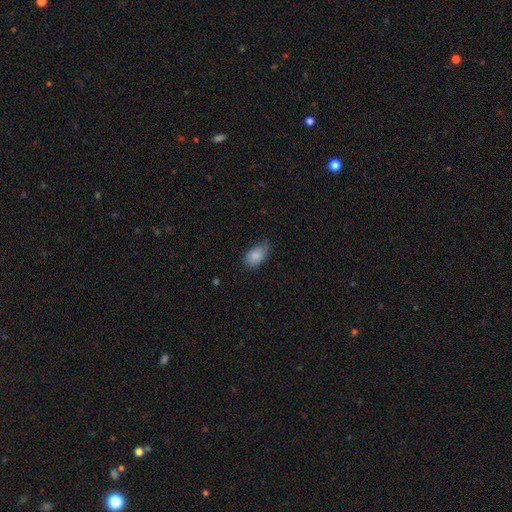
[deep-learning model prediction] smooth 84%, featured or disk 10%, star or artifact 7%. Down the decision tree: how rounded — in between (92%); merging — none (57%).